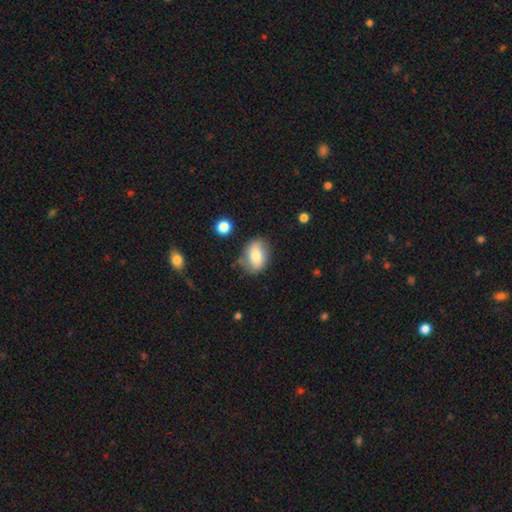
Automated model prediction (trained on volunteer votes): Smooth or featured: smooth — 75% (featured or disk — 17%)
How rounded: in between — 76% (round — 22%)
Merging: none — 72% (minor disturbance — 20%)